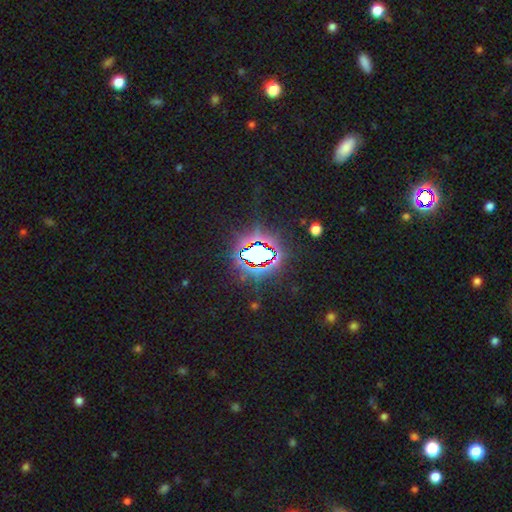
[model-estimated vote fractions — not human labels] Smooth or featured? star or artifact (79%)